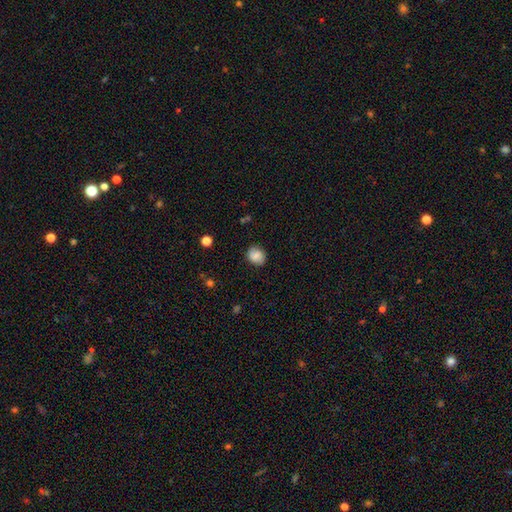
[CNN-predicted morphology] Q: Smooth or featured?
A: smooth (82%); runner-up: featured or disk (10%)
Q: How rounded?
A: round (57%); runner-up: in between (42%)
Q: Merging?
A: none (83%); runner-up: minor disturbance (13%)